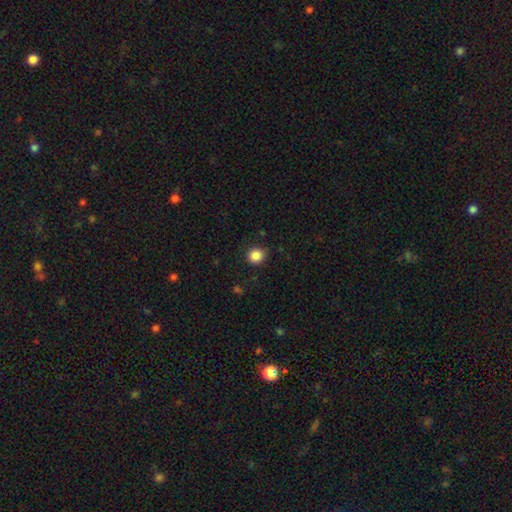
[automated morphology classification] This is clearly a smooth galaxy (86%). How rounded: clearly round (88%). Merging: clearly none (89%).